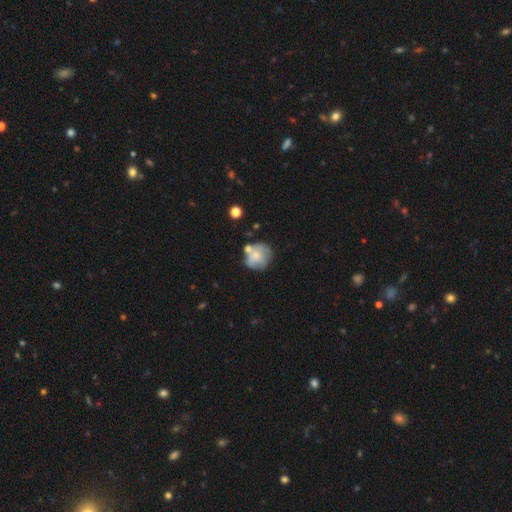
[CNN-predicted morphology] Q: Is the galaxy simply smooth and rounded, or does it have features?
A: smooth — 60%.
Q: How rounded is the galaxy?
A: round — 75%.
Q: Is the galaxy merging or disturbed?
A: none — 48%.